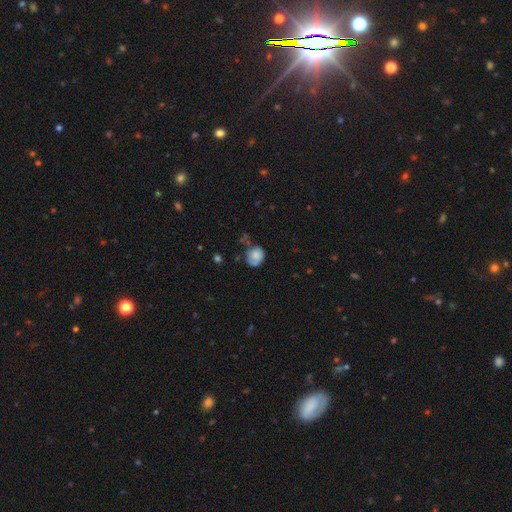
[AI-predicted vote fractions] A smooth galaxy with no disk features (73%) that is round (60%).

Vote fractions:
- Smooth or featured? smooth: 73% / featured or disk: 18% / star or artifact: 9%
- How rounded? round: 60% / in between: 39% / cigar-shaped: 1%
- Merging? none: 44% / minor disturbance: 33% / major disturbance: 14% / merger: 8%